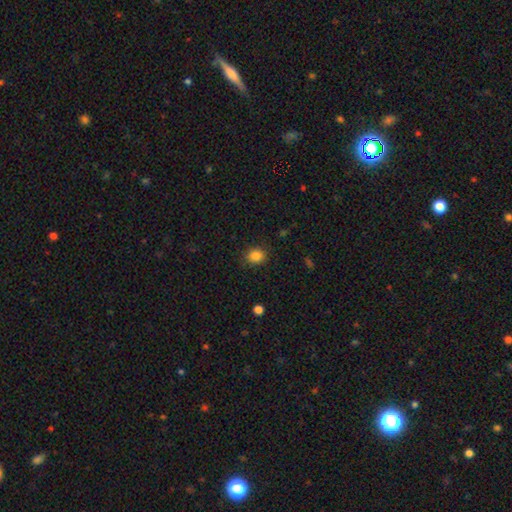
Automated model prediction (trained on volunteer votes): This is clearly a smooth galaxy (85%). How rounded: likely round (72%). Merging: clearly none (87%).